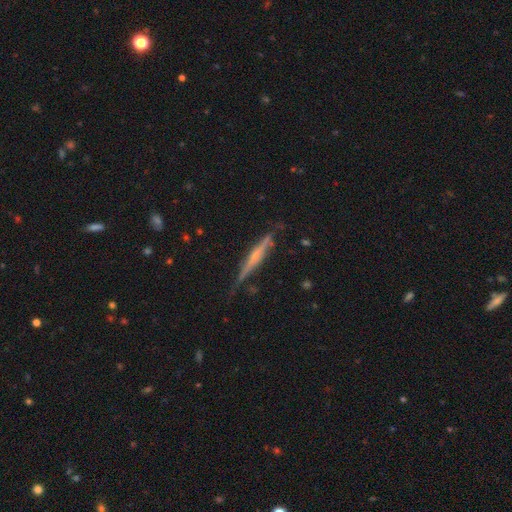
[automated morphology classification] This appears to be a featured or disk galaxy (61%) viewed edge-on (95%) with no central bulge (45%). Merging: none (69%).